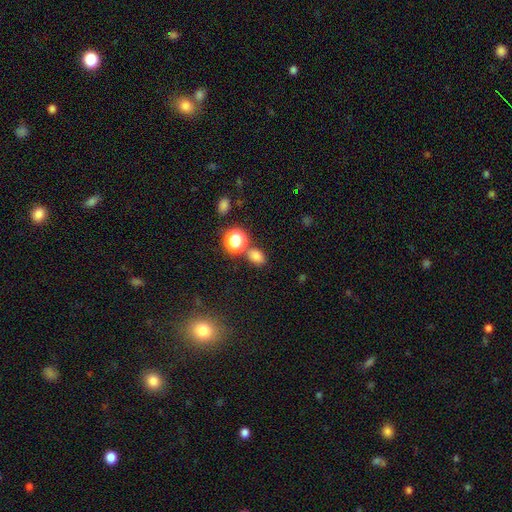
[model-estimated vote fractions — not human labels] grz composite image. It shows a smooth galaxy with no disk features (75%) that is in between round and cigar-shaped (67%). Merging: none (73%).